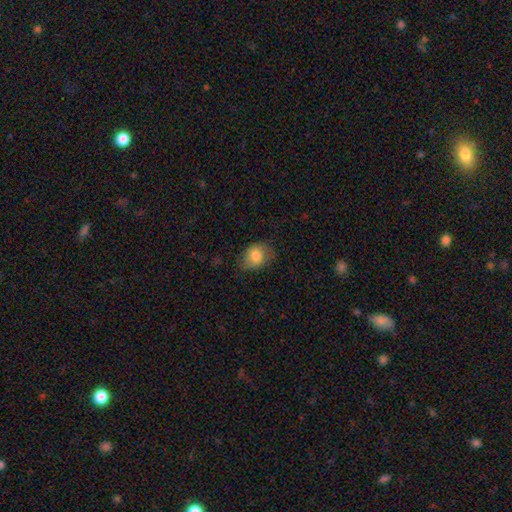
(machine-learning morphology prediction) smooth-or-featured: smooth: 80% | featured or disk: 12% | star or artifact: 8%
  how-rounded: in between: 67% | round: 32% | cigar-shaped: 1%
  merging: none: 74% | minor disturbance: 20% | major disturbance: 5% | merger: 1%